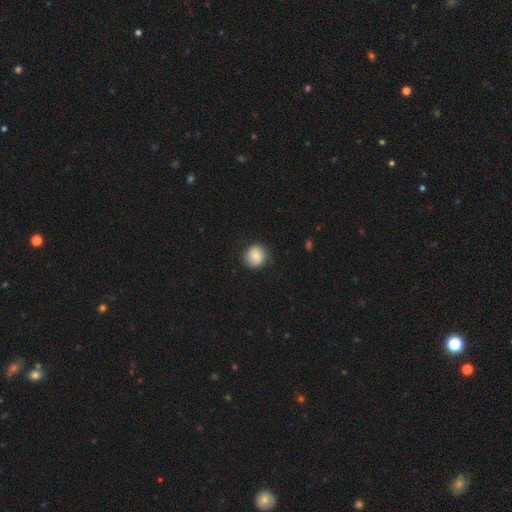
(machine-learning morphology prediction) Smooth or featured: smooth — 77% (featured or disk — 16%)
How rounded: round — 90% (in between — 9%)
Merging: none — 85% (minor disturbance — 12%)